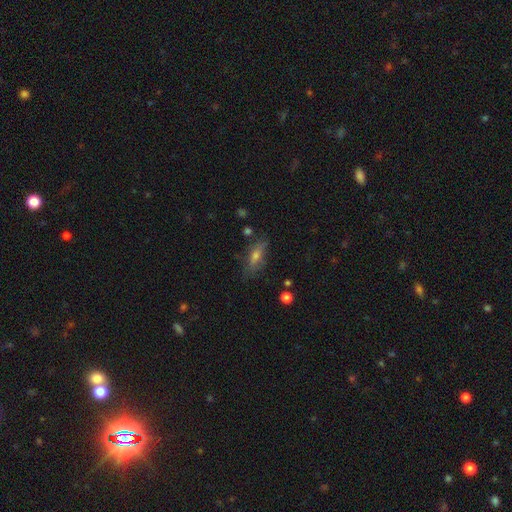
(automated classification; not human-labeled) The model was most divided on "smooth or featured": smooth: 45%, featured or disk: 42%, star or artifact: 13%. More confident: merging — none (75%).